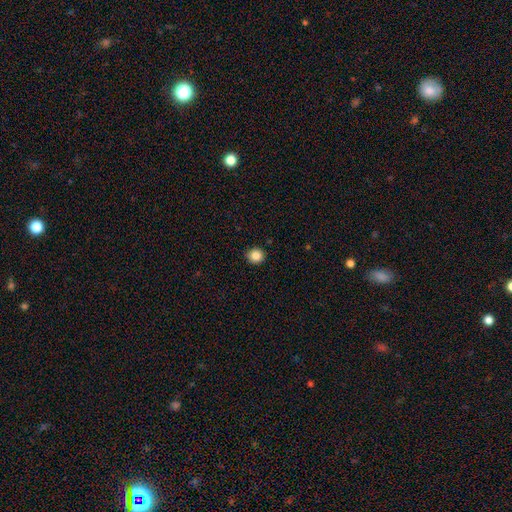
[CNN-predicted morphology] A smooth galaxy with no disk features (84%) that is round (92%). Merging: none (92%).